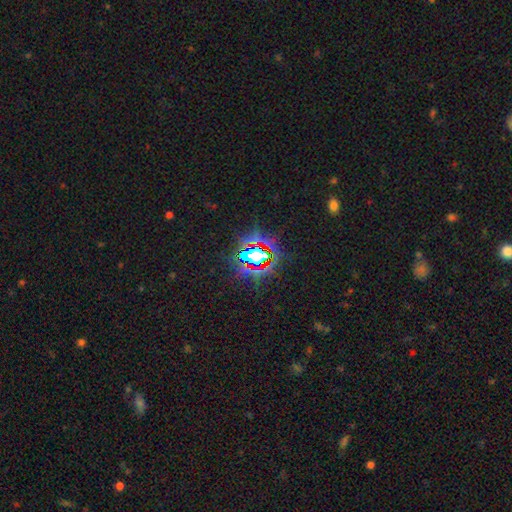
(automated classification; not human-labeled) A star or artifact, not a galaxy (75%).

Vote fractions:
- Smooth or featured? star or artifact: 75% / smooth: 14% / featured or disk: 11%